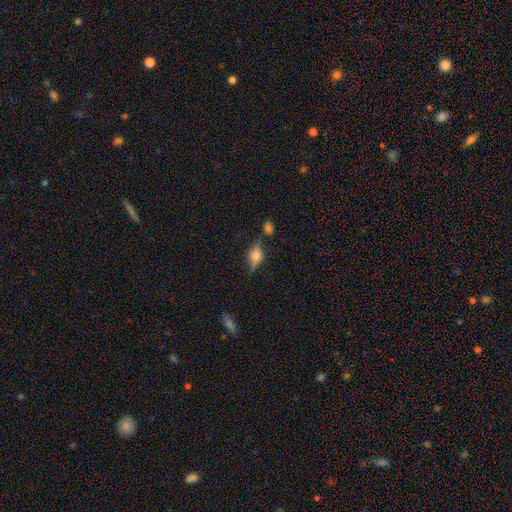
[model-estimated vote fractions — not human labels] This appears to be a smooth galaxy with no disk features (48%). Merging: none (61%).